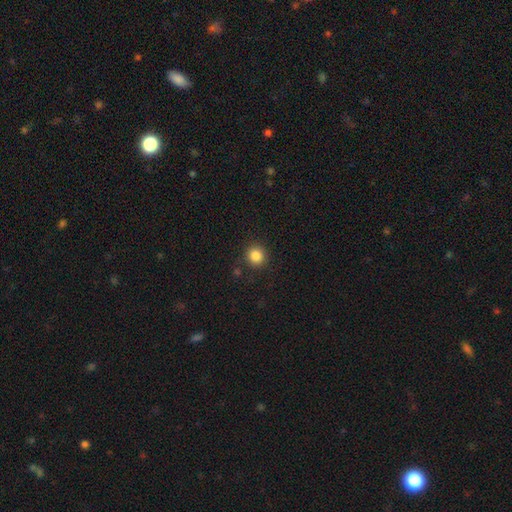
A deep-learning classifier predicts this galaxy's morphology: smooth_or_featured: smooth (p=0.85) [alt: star or artifact p=0.11]
how_rounded: round (p=0.93) [alt: in between p=0.06]
merging: none (p=0.89) [alt: minor disturbance p=0.06]